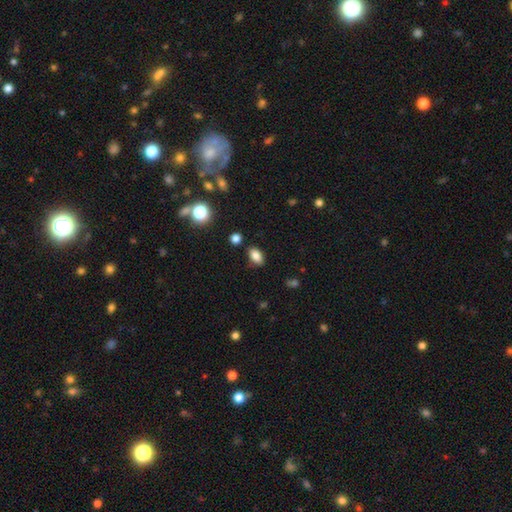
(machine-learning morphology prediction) type=smooth (84%); roundness=in between (88%); merging=none (84%).